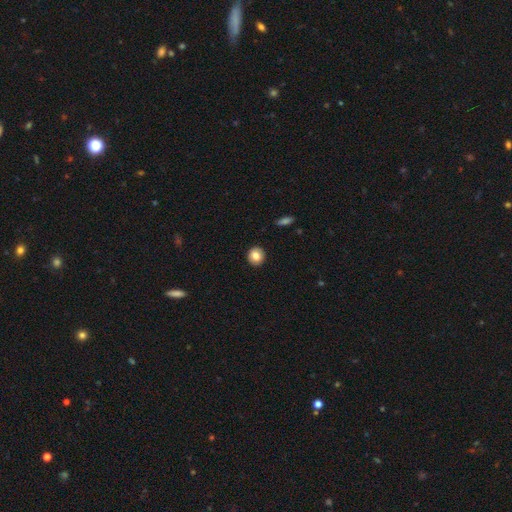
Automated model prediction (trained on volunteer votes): smooth_or_featured: smooth (p=0.82) [alt: featured or disk p=0.09]
how_rounded: round (p=0.85) [alt: in between p=0.14]
merging: none (p=0.91) [alt: minor disturbance p=0.06]